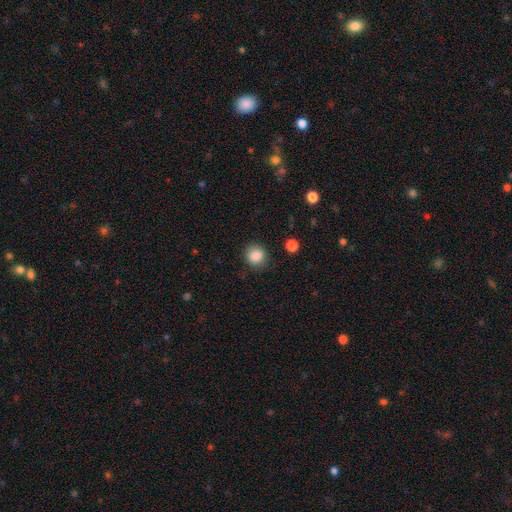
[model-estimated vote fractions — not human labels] This is clearly a smooth galaxy (86%). How rounded: clearly round (85%). Merging: clearly none (86%).